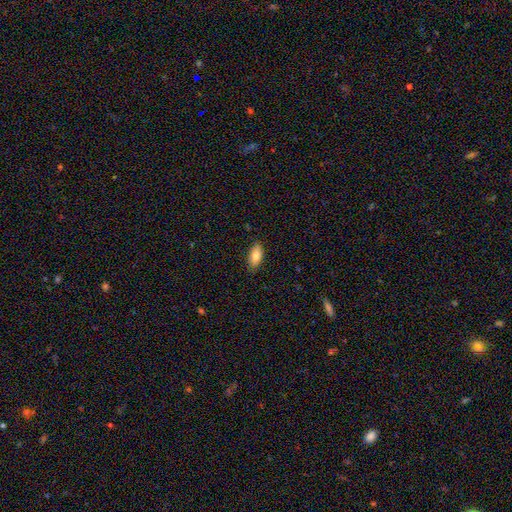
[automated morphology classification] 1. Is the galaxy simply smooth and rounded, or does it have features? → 82% smooth, 11% featured or disk, 7% star or artifact.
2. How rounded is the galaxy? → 86% in between, 11% cigar-shaped, 3% round.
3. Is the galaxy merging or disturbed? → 86% none, 11% minor disturbance, 2% major disturbance, 1% merger.